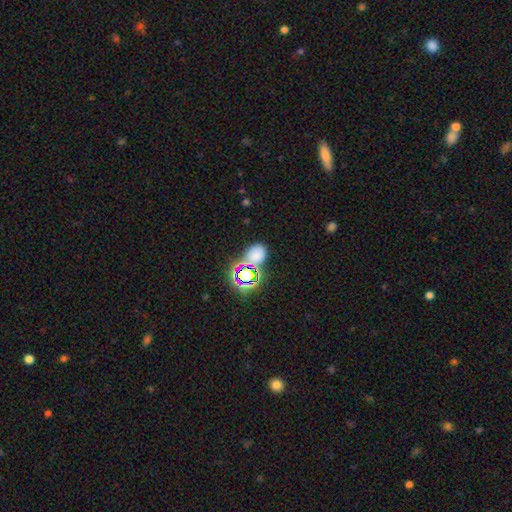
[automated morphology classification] smooth 58%, star or artifact 34%, featured or disk 9%. Down the decision tree: how rounded — in between (62%); merging — none (59%).